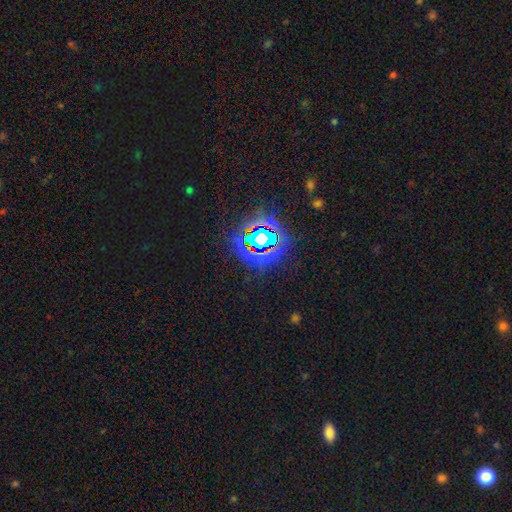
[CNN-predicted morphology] The model was most divided on "smooth or featured": star or artifact: 85%, smooth: 9%, featured or disk: 6%.